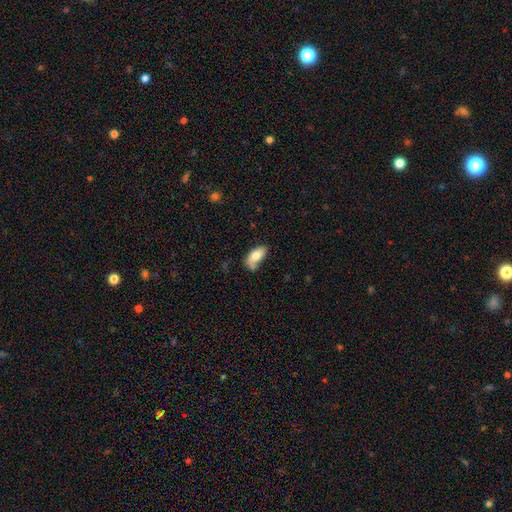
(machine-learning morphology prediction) smooth-or-featured: smooth: 73% | featured or disk: 21% | star or artifact: 7%
  how-rounded: in between: 89% | cigar-shaped: 7% | round: 4%
  merging: none: 43% | minor disturbance: 32% | major disturbance: 13% | merger: 12%